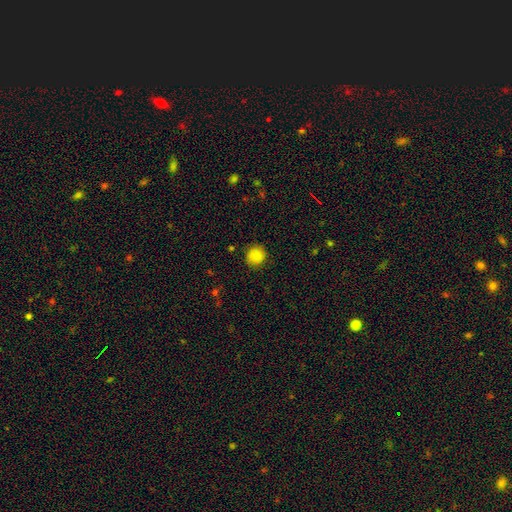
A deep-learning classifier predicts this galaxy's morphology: Smooth or featured? Predicted: smooth (p=0.87). How rounded? Predicted: round (p=0.90). Merging? Predicted: none (p=0.88).